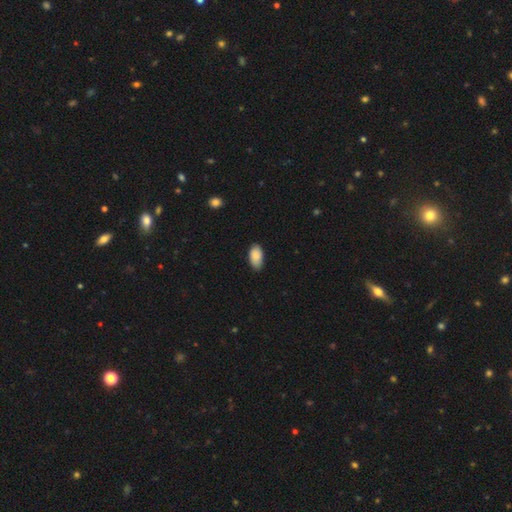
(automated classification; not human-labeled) smooth 89%, star or artifact 6%, featured or disk 5%. Down the decision tree: how rounded — in between (95%); merging — none (81%).